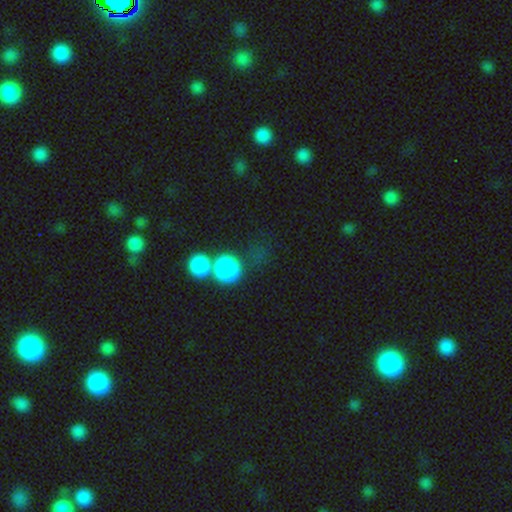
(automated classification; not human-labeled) Smooth or featured? Predicted: smooth (p=0.79). How rounded? Predicted: round (p=0.84). Merging? Predicted: none (p=0.51).